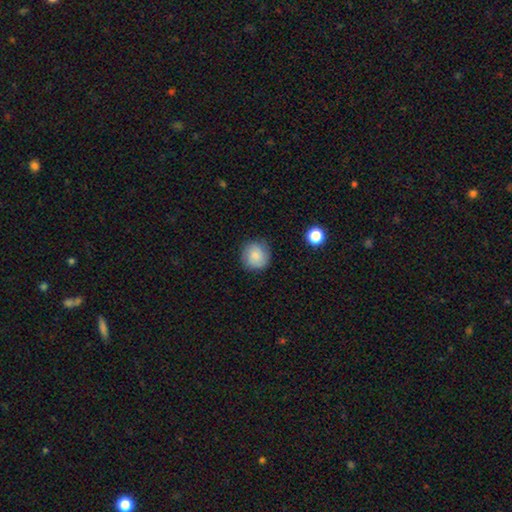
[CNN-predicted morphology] This is likely a smooth galaxy (79%). How rounded: clearly round (91%). Merging: clearly none (84%).